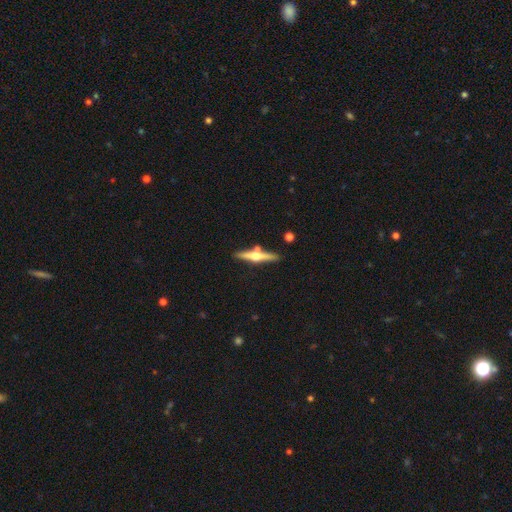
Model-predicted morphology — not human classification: Q: Smooth or featured?
A: featured or disk (70%); runner-up: smooth (24%)
Q: Edge-on disk?
A: yes (97%); runner-up: no (3%)
Q: Edge-on bulge?
A: rounded (95%); runner-up: none (3%)
Q: Merging?
A: none (81%); runner-up: minor disturbance (9%)